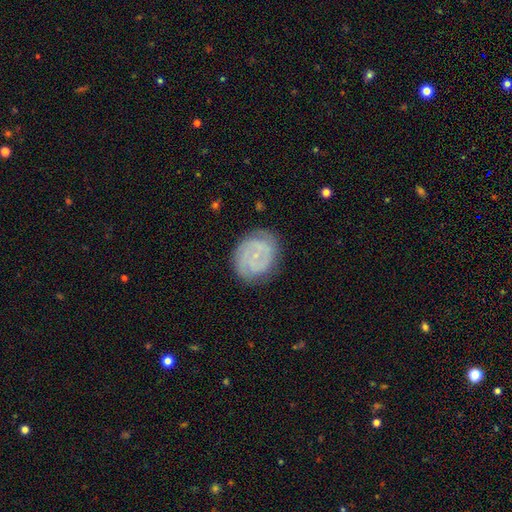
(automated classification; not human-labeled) A featured or disk galaxy (72%) with no bar (61%), 2 (49%) tight (61%) spiral arms (92%) and a small central bulge (73%). Merging: none (79%).